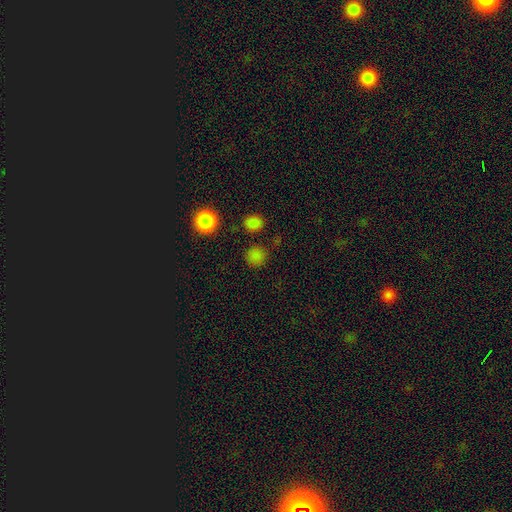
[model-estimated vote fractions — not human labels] Overall: smooth (80%). How rounded: round (91%). Merging: none (84%).